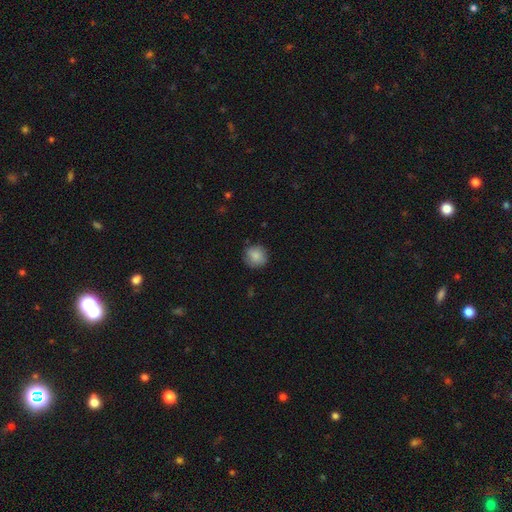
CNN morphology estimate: Smooth or featured?
  - smooth: 85% *
  - star or artifact: 8%
  - featured or disk: 7%
How rounded?
  - round: 91% *
  - in between: 8%
  - cigar-shaped: 1%
Merging?
  - none: 83% *
  - minor disturbance: 13%
  - major disturbance: 3%
  - merger: 1%